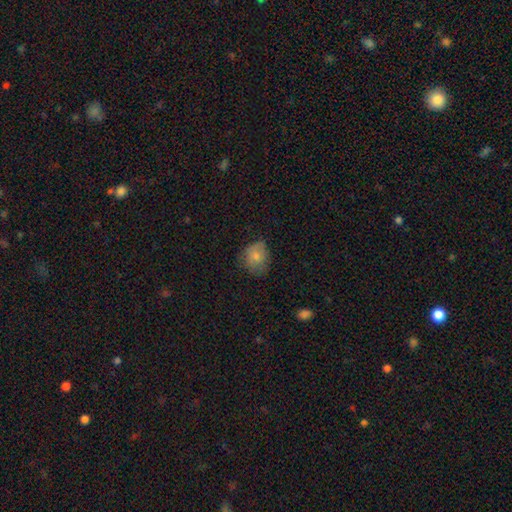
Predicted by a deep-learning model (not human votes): This is likely a smooth galaxy (76%). How rounded: likely round (61%). Merging: possibly none (58%).